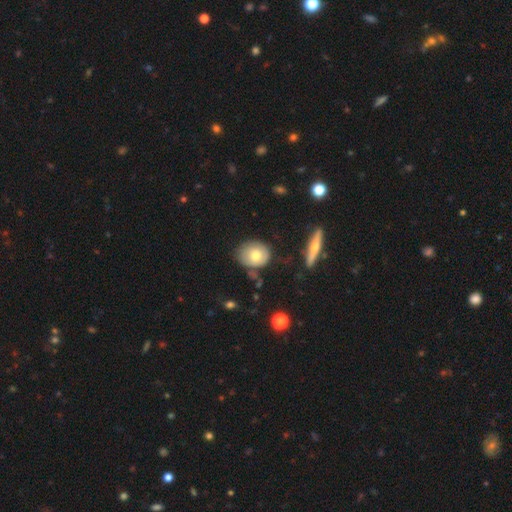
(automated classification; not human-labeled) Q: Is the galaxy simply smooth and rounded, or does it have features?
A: smooth — 64%.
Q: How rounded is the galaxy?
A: round — 60%.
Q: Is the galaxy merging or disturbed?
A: none — 67%.